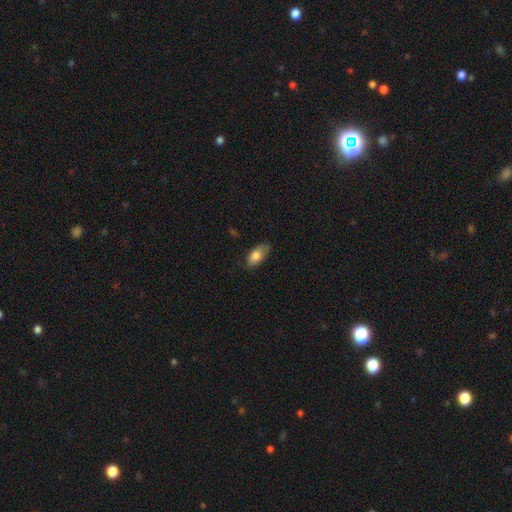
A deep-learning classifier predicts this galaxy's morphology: smooth_or_featured: smooth (p=0.82) [alt: featured or disk p=0.12]
how_rounded: in between (p=0.91) [alt: cigar-shaped p=0.05]
merging: none (p=0.65) [alt: minor disturbance p=0.28]